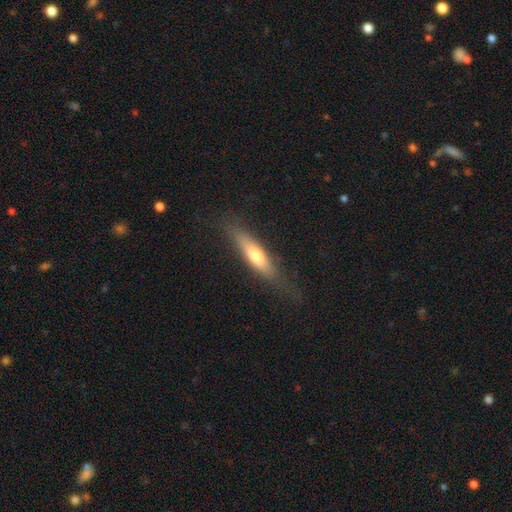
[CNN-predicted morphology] Q: Smooth or featured?
A: smooth (60%); runner-up: featured or disk (33%)
Q: How rounded?
A: cigar-shaped (70%); runner-up: in between (28%)
Q: Merging?
A: none (74%); runner-up: minor disturbance (17%)